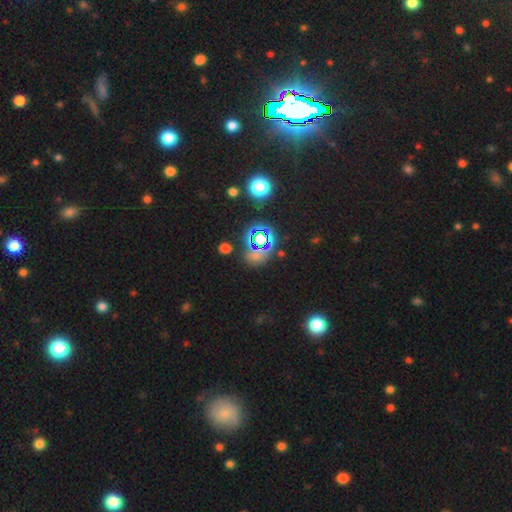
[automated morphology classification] The model was most divided on "smooth or featured": star or artifact: 60%, smooth: 29%, featured or disk: 11%.